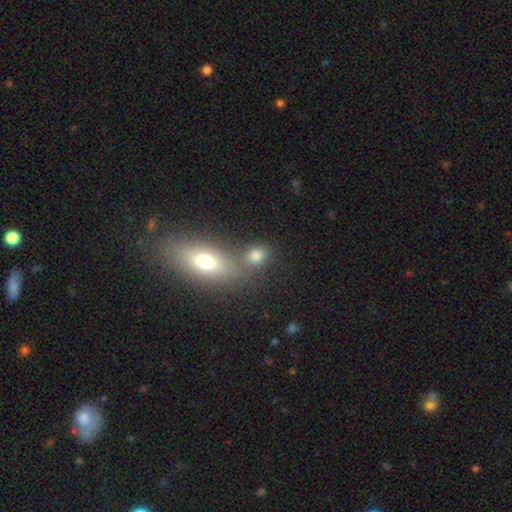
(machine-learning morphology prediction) smooth_or_featured: smooth (p=0.77) [alt: star or artifact p=0.14]
how_rounded: round (p=0.53) [alt: in between p=0.45]
merging: none (p=0.53) [alt: merger p=0.34]